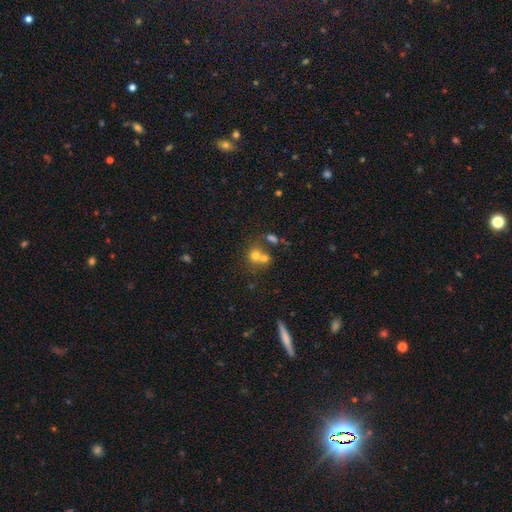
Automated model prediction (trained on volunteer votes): Q: Smooth or featured?
A: smooth (67%); runner-up: featured or disk (17%)
Q: How rounded?
A: round (75%); runner-up: in between (24%)
Q: Merging?
A: merger (50%); runner-up: none (37%)